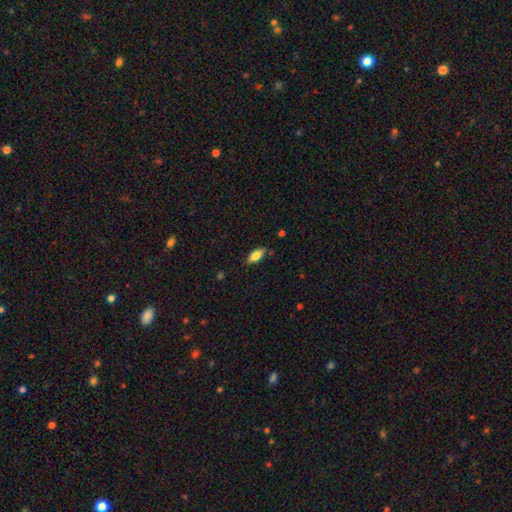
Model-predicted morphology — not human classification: A smooth galaxy with no disk features (74%) that is in between round and cigar-shaped (78%). Merging: none (81%).